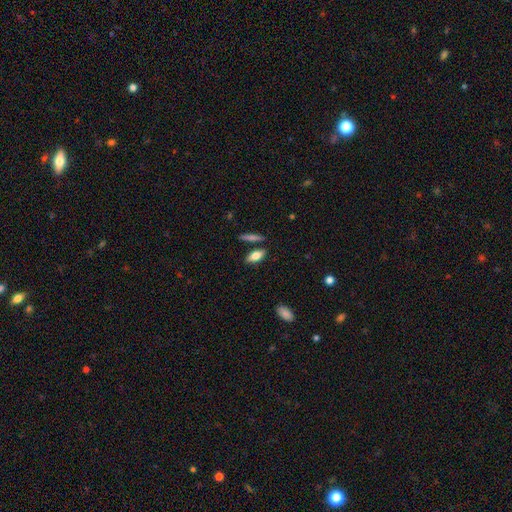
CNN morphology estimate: This is likely a smooth galaxy (74%). How rounded: likely in between (72%). Merging: clearly none (81%).